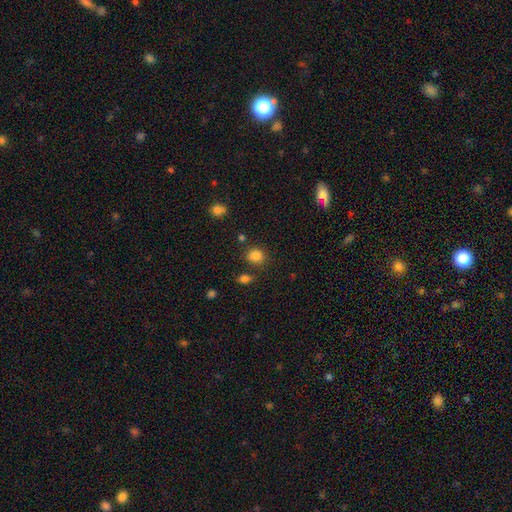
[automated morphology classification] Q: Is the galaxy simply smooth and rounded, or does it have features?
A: smooth — 84%.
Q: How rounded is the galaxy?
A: round — 63%.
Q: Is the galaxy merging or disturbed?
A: none — 73%.